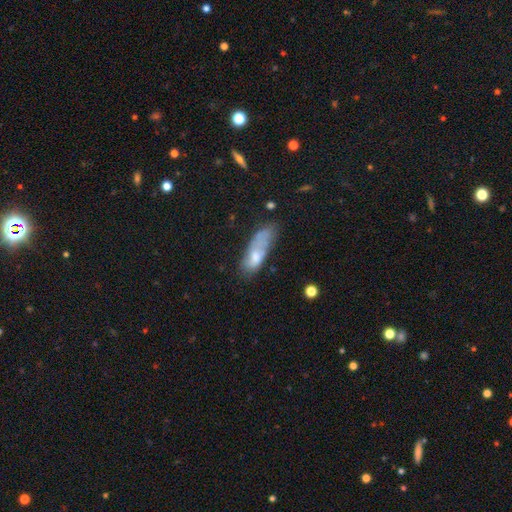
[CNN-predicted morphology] Overall: smooth (64%; featured or disk 27%). How rounded: in between (61%; cigar-shaped 36%). Merging: minor disturbance (32%; none 30%).